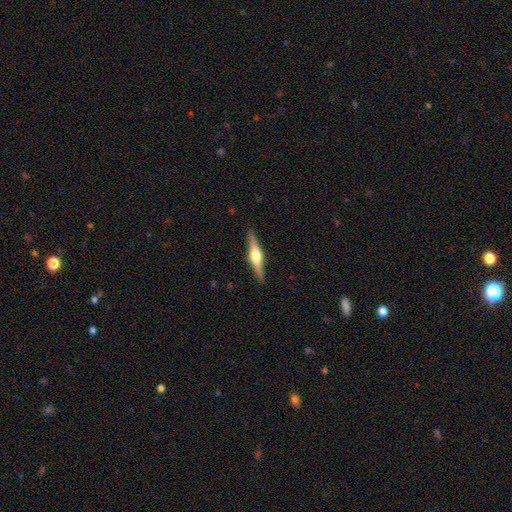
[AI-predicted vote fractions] Smooth or featured? Predicted: featured or disk (p=0.71). Edge-on disk? Predicted: yes (p=0.98). Edge-on bulge? Predicted: rounded (p=0.93). Merging? Predicted: none (p=0.91).